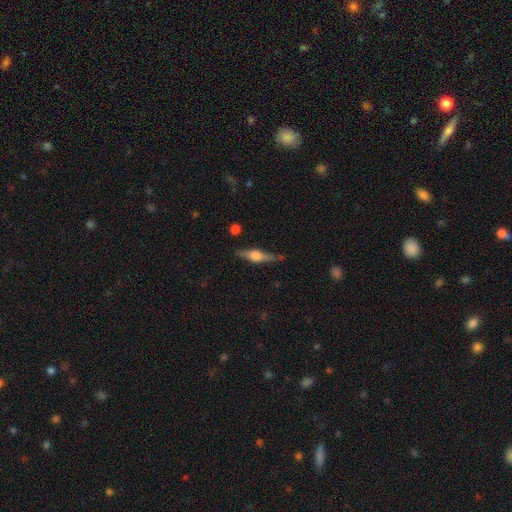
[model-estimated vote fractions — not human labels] Smooth or featured: featured or disk — 72% (smooth — 21%)
Edge-on disk: yes — 96% (no — 4%)
Edge-on bulge: rounded — 88% (boxy — 10%)
Merging: none — 79% (minor disturbance — 14%)